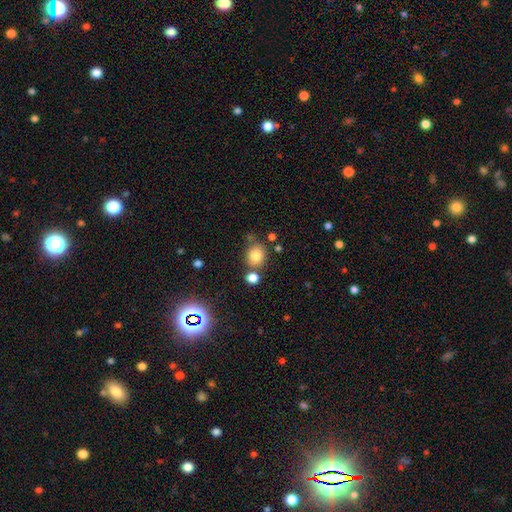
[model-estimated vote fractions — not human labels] A smooth galaxy with no disk features (79%) that is round (73%). Merging: none (69%).